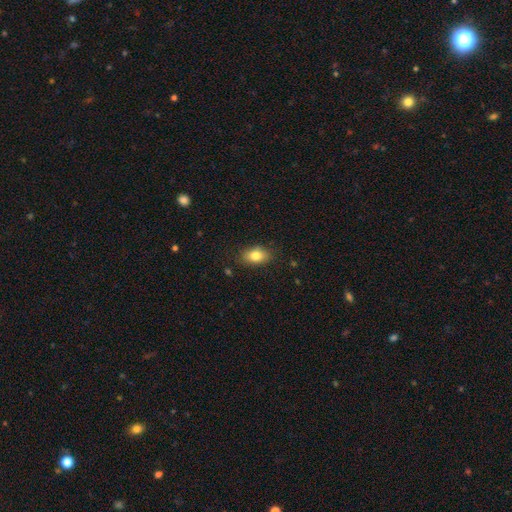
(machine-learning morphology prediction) A smooth galaxy with no disk features (82%) that is in between round and cigar-shaped (85%). Merging: none (84%).